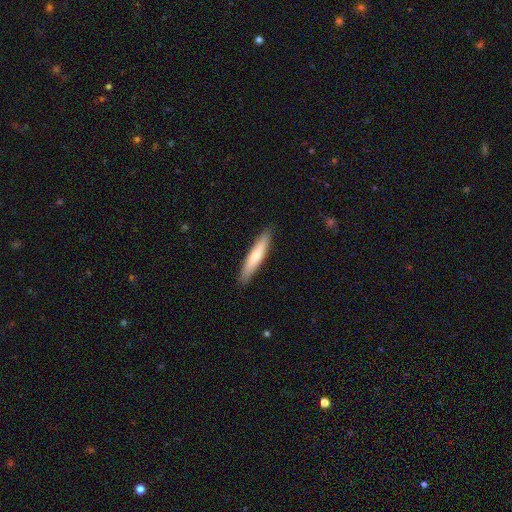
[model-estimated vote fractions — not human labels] Overall: smooth (73%). How rounded: cigar-shaped (89%). Merging: none (90%).